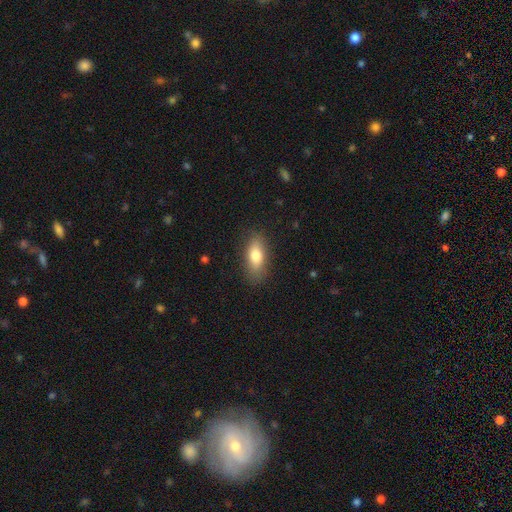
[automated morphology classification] type=smooth (78%); roundness=in between (80%); merging=none (82%).